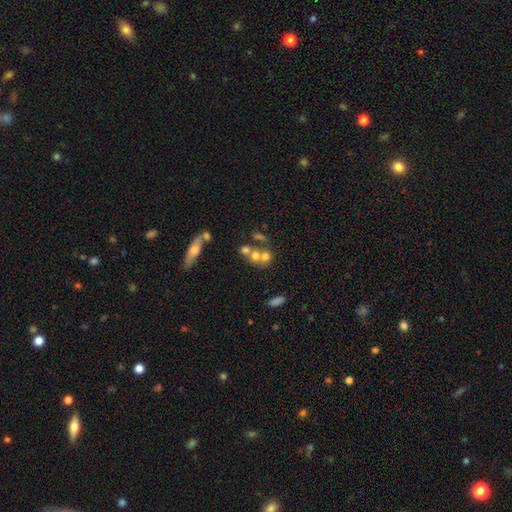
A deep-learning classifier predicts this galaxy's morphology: Q: Smooth or featured?
A: smooth (57%); runner-up: featured or disk (29%)
Q: How rounded?
A: round (70%); runner-up: in between (28%)
Q: Merging?
A: merger (55%); runner-up: none (31%)